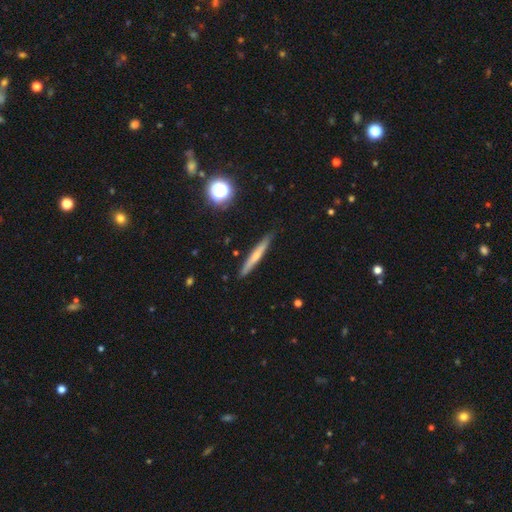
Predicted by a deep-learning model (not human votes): The model was most divided on "smooth or featured": smooth: 49%, featured or disk: 43%, star or artifact: 8%. More confident: merging — none (88%).